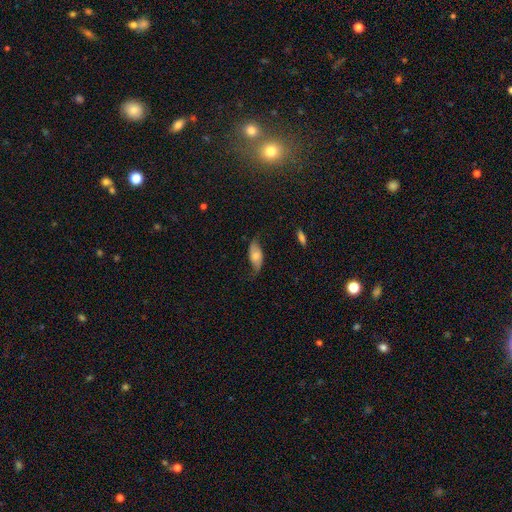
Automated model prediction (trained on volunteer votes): This is possibly a smooth galaxy (53%). How rounded: clearly in between (87%). Merging: possibly none (57%).